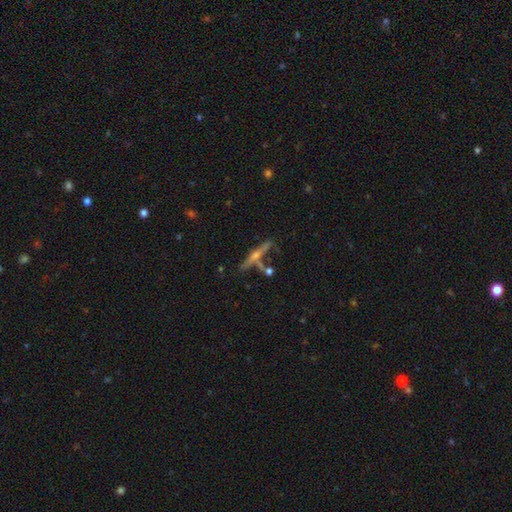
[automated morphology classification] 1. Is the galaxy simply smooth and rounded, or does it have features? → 62% featured or disk, 29% smooth, 9% star or artifact.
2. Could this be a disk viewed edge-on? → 94% yes, 6% no.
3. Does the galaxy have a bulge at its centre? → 78% rounded, 16% none, 6% boxy.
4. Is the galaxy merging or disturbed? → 65% none, 15% merger, 15% minor disturbance, 6% major disturbance.